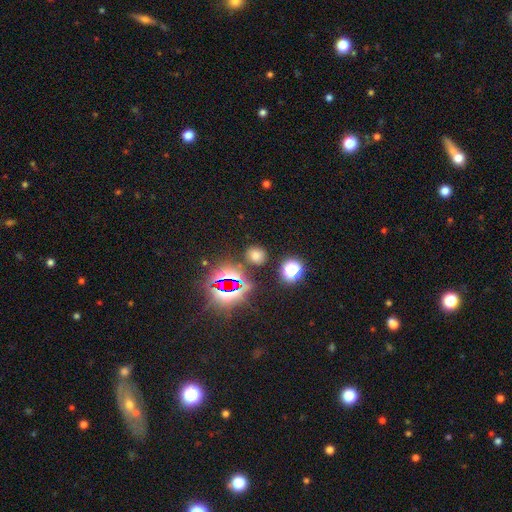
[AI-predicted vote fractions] smooth-or-featured: smooth: 60% | star or artifact: 34% | featured or disk: 6%
  how-rounded: round: 64% | in between: 34% | cigar-shaped: 2%
  merging: none: 82% | minor disturbance: 10% | merger: 4% | major disturbance: 4%